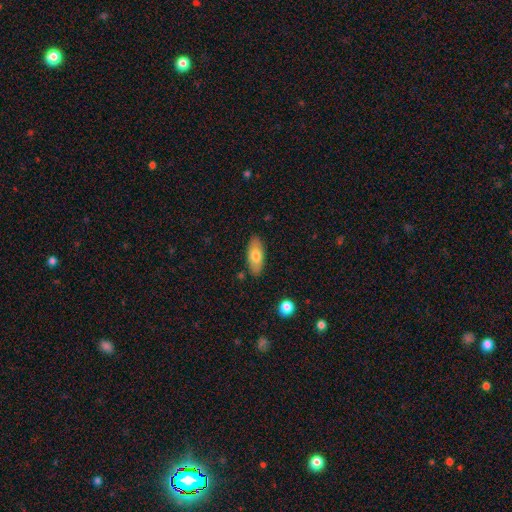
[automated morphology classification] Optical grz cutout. It shows a smooth galaxy with no disk features (72%) that is in between round and cigar-shaped (87%). Merging: none (86%).